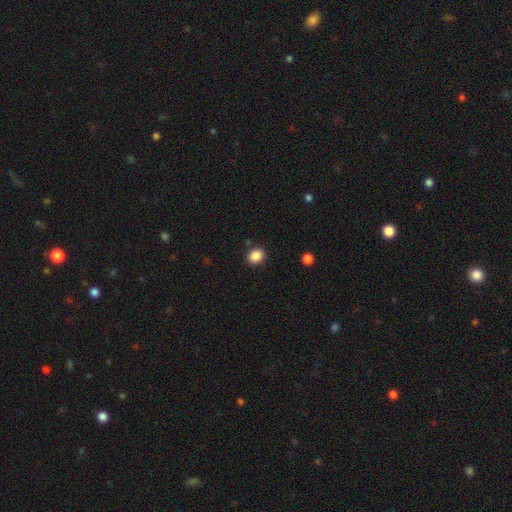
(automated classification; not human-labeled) Smooth or featured: smooth — 87% (star or artifact — 10%)
How rounded: round — 69% (in between — 31%)
Merging: none — 87% (minor disturbance — 8%)